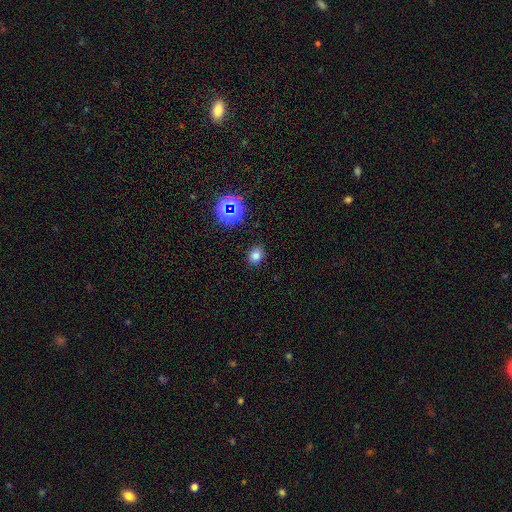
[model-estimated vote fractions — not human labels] This is likely a smooth galaxy (74%). How rounded: possibly round (57%). Merging: clearly none (87%).